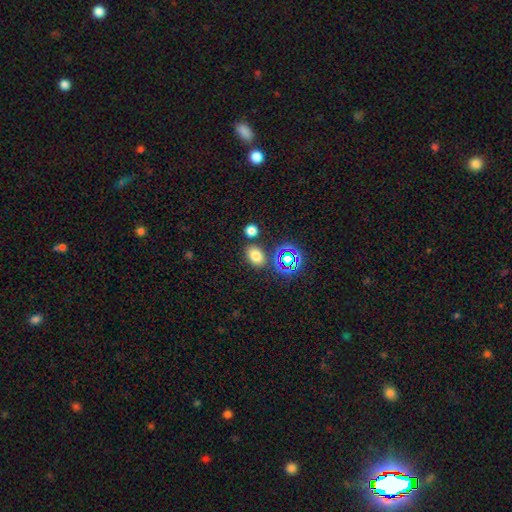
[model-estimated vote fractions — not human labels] Q: Smooth or featured?
A: smooth (73%); runner-up: star or artifact (20%)
Q: How rounded?
A: in between (76%); runner-up: round (23%)
Q: Merging?
A: none (75%); runner-up: minor disturbance (11%)